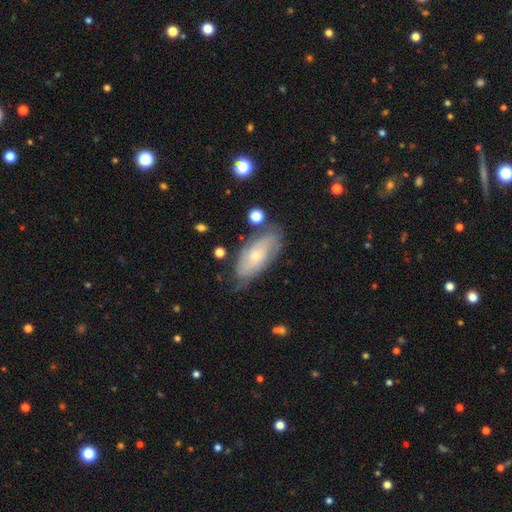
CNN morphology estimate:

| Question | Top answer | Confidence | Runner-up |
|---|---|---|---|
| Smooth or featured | featured or disk | 59% | smooth (34%) |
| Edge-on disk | no | 88% | yes (12%) |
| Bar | no | 79% | weak (18%) |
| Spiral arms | yes | 77% | no (23%) |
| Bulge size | small | 69% | moderate (27%) |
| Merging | none | 65% | minor disturbance (24%) |